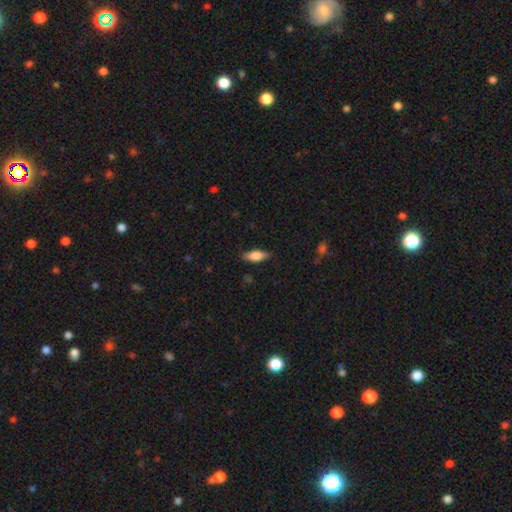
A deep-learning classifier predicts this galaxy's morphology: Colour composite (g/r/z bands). It shows a smooth galaxy with no disk features (76%) that is in between round and cigar-shaped (74%). Merging: none (81%).